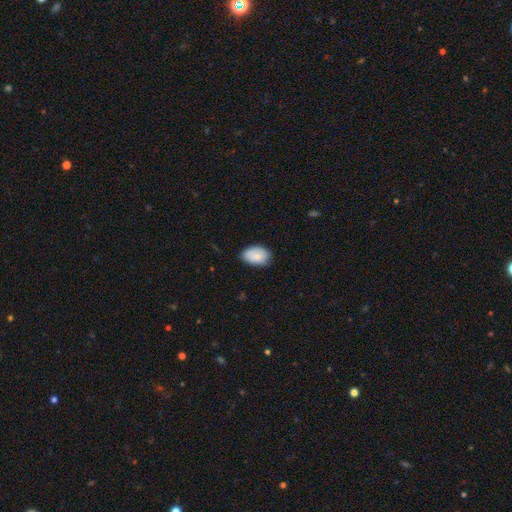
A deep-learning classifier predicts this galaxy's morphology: type=smooth (79%); roundness=in between (88%); merging=none (70%).